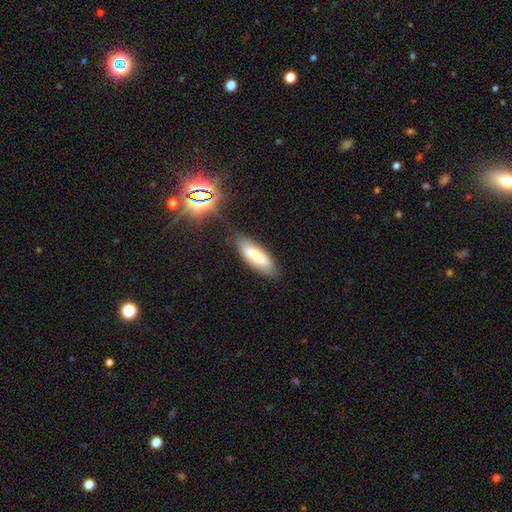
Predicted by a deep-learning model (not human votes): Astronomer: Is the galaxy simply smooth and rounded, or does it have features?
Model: smooth — 76%.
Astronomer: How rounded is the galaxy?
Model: in between — 58% (runner-up: cigar-shaped, 41%).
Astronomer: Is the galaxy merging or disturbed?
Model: none — 78%.